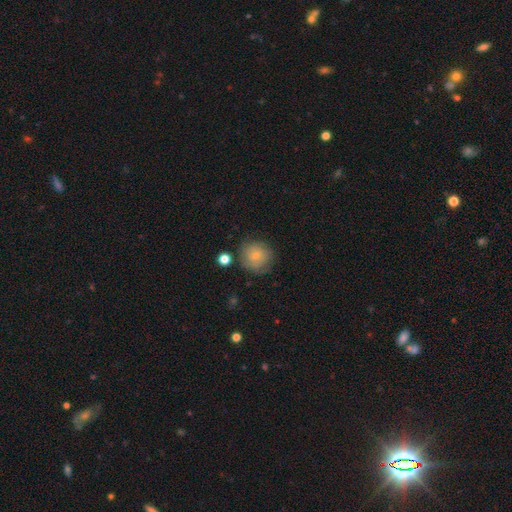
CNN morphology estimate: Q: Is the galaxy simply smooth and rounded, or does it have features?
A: smooth — 74%.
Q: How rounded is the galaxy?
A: round — 91%.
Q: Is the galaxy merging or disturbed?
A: none — 75%.